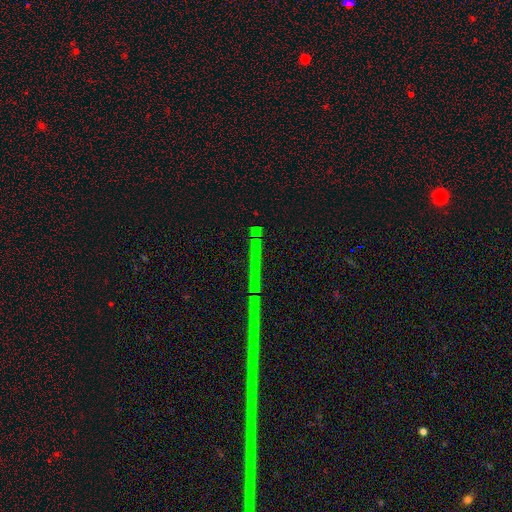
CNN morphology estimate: smooth-or-featured: star or artifact: 77% | featured or disk: 13% | smooth: 10%